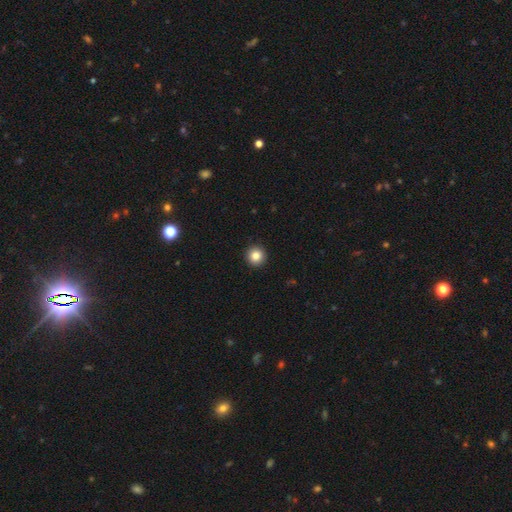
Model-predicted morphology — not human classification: The model was most divided on "smooth or featured": smooth: 84%, star or artifact: 10%, featured or disk: 6%. More confident: how rounded — round (96%); merging — none (94%).